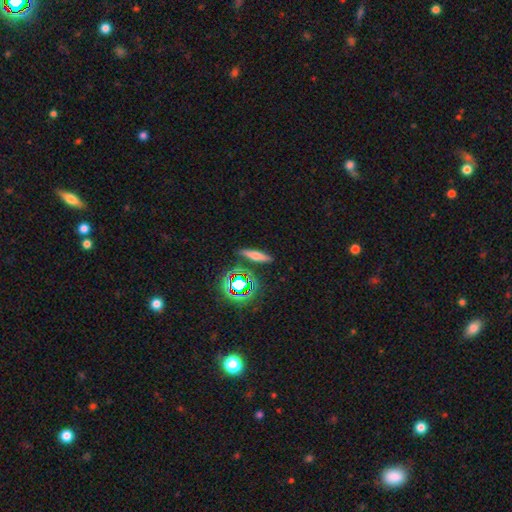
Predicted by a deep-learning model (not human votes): A smooth galaxy with no disk features (54%) that is cigar-shaped (68%). Merging: none (84%).